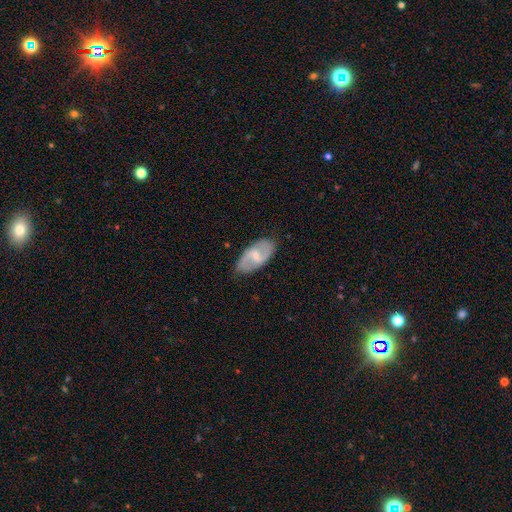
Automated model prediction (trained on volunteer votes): Q: Smooth or featured?
A: featured or disk (67%); runner-up: smooth (28%)
Q: Edge-on disk?
A: no (95%); runner-up: yes (5%)
Q: Bar?
A: weak (56%); runner-up: strong (24%)
Q: Spiral arms?
A: yes (83%); runner-up: no (17%)
Q: Spiral winding?
A: medium (44%); runner-up: loose (37%)
Q: Spiral arm count?
A: 2 (87%); runner-up: can't tell (8%)
Q: Bulge size?
A: small (57%); runner-up: moderate (36%)
Q: Merging?
A: none (82%); runner-up: minor disturbance (14%)